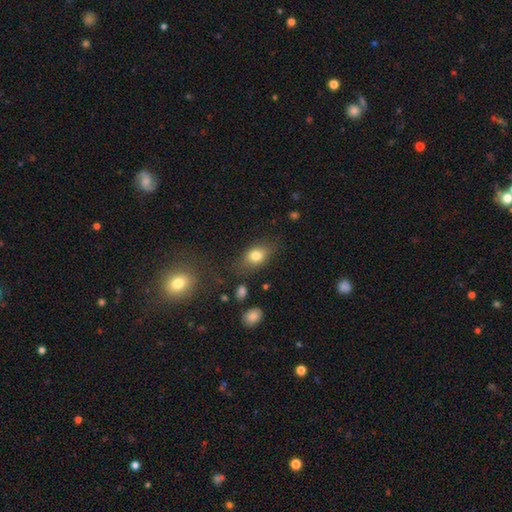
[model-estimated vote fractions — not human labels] Overall: smooth (78%). How rounded: in between (73%). Merging: none (73%).